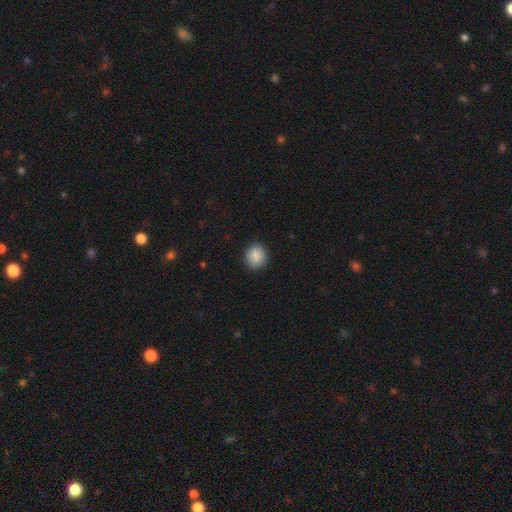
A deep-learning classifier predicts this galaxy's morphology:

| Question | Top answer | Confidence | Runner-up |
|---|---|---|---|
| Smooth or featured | smooth | 89% | star or artifact (8%) |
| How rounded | round | 79% | in between (20%) |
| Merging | none | 90% | minor disturbance (7%) |